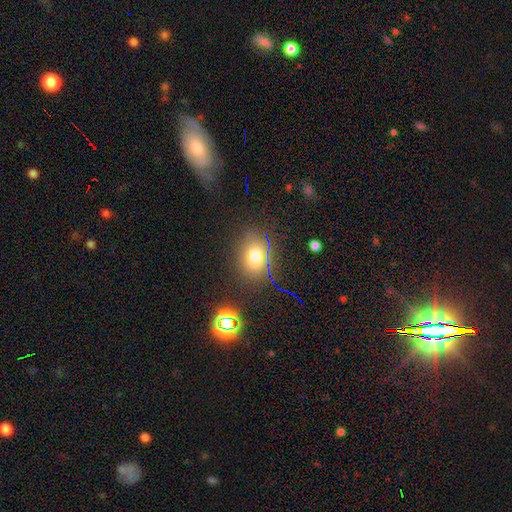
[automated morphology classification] Smooth or featured?
  - smooth: 60% *
  - star or artifact: 25%
  - featured or disk: 15%
How rounded?
  - in between: 57% *
  - round: 41%
  - cigar-shaped: 2%
Merging?
  - none: 78% *
  - minor disturbance: 14%
  - major disturbance: 5%
  - merger: 3%